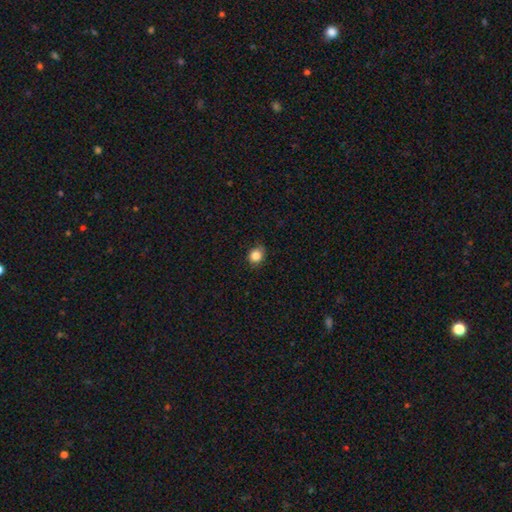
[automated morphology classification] The model was most divided on "how rounded": round: 70%, in between: 29%, cigar-shaped: 1%. More confident: smooth or featured — smooth (84%); merging — none (79%).